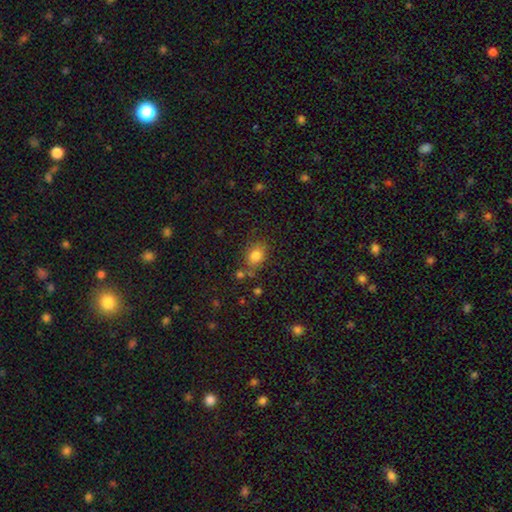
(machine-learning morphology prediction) A smooth galaxy with no disk features (81%) that is in between round and cigar-shaped (56%).

Vote fractions:
- Smooth or featured? smooth: 81% / star or artifact: 12% / featured or disk: 7%
- How rounded? in between: 56% / round: 43% / cigar-shaped: 1%
- Merging? none: 69% / minor disturbance: 16% / merger: 9% / major disturbance: 5%